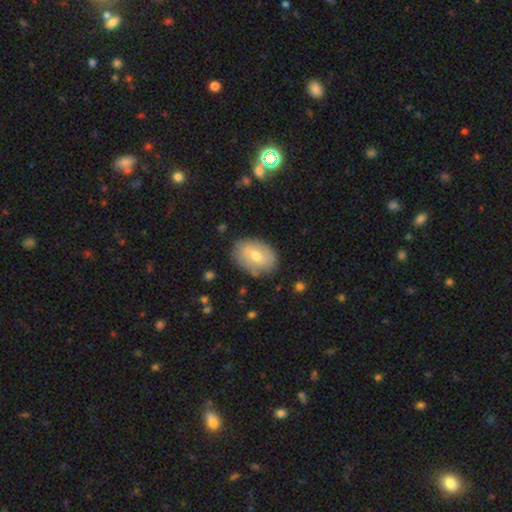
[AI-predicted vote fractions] A smooth galaxy with no disk features (56%) that is in between round and cigar-shaped (83%).

Vote fractions:
- Smooth or featured? smooth: 56% / featured or disk: 38% / star or artifact: 6%
- How rounded? in between: 83% / round: 16% / cigar-shaped: 1%
- Merging? none: 79% / minor disturbance: 15% / major disturbance: 4% / merger: 2%